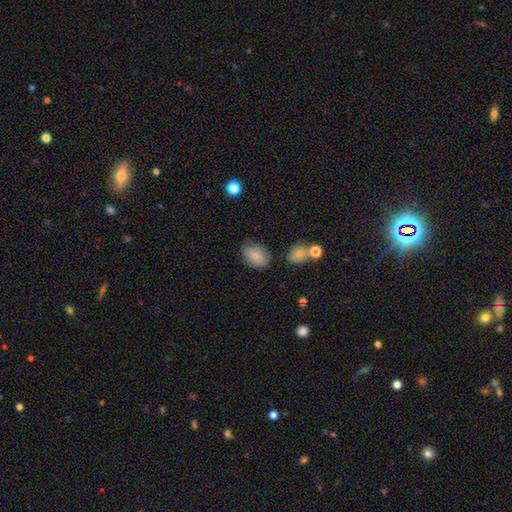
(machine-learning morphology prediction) This appears to be a smooth galaxy with no disk features (77%) that is in between round and cigar-shaped (74%). Merging: none (68%).